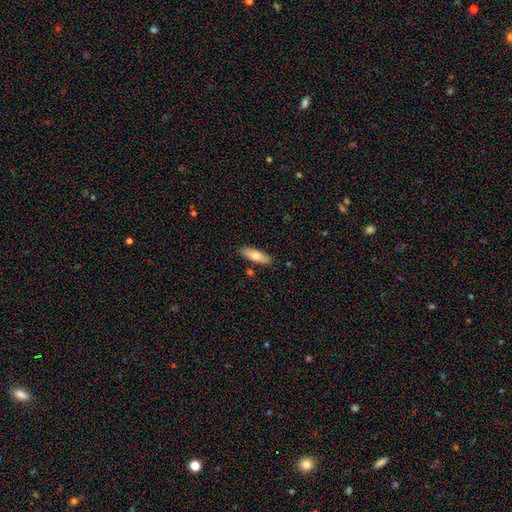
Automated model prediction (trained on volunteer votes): Smooth or featured: smooth — 76% (featured or disk — 18%)
How rounded: in between — 54% (cigar-shaped — 44%)
Merging: none — 86% (minor disturbance — 9%)